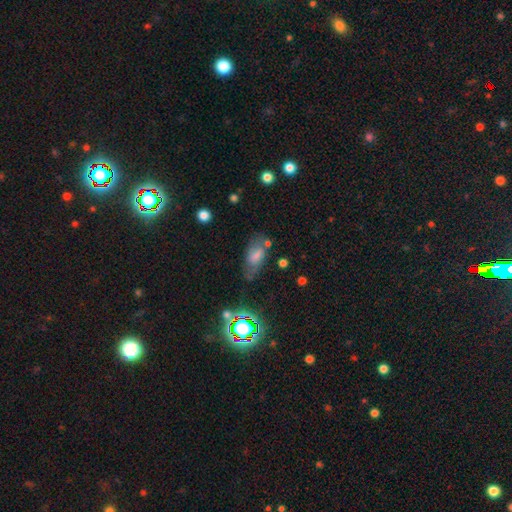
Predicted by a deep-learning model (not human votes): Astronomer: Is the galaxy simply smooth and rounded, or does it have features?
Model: smooth — 55% (runner-up: featured or disk, 31%).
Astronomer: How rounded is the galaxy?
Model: in between — 86%.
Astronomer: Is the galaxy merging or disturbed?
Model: none — 51% (runner-up: minor disturbance, 27%).